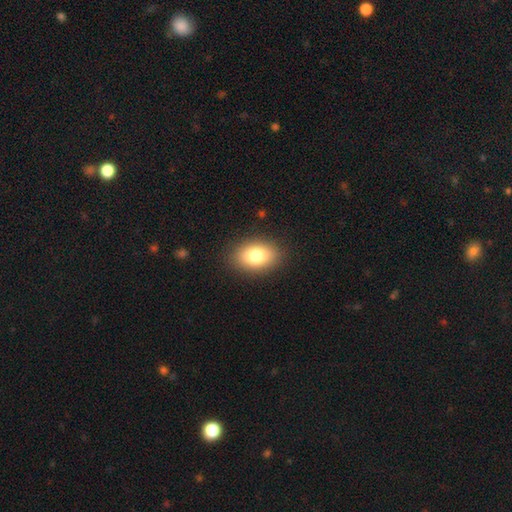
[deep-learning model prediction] Smooth or featured: smooth — 80% (featured or disk — 11%)
How rounded: in between — 83% (round — 15%)
Merging: none — 88% (minor disturbance — 8%)